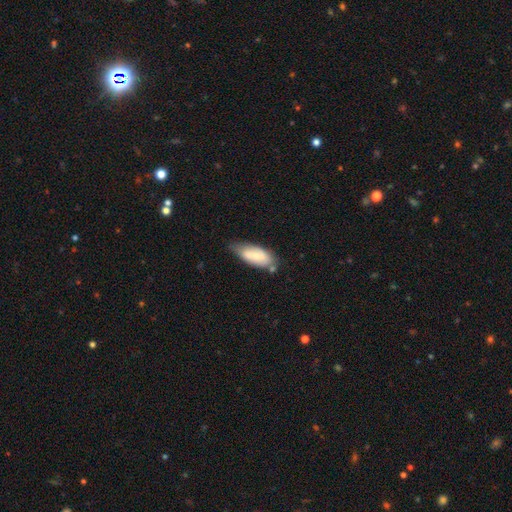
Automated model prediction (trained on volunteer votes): A smooth galaxy with no disk features (62%) that is in between round and cigar-shaped (81%). Merging: none (54%).